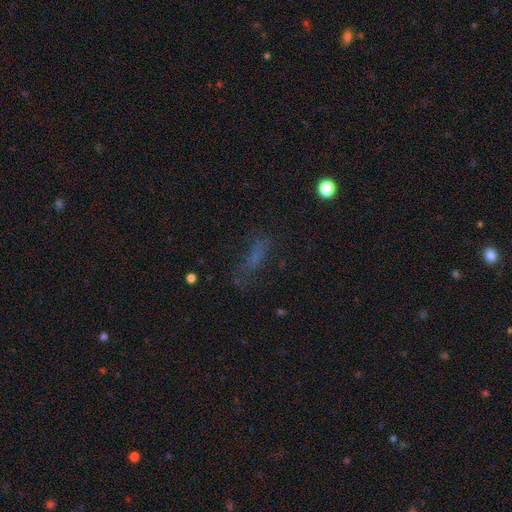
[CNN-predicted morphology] A smooth galaxy with no disk features (52%) that is in between round and cigar-shaped (50%).

Vote fractions:
- Smooth or featured? smooth: 52% / star or artifact: 25% / featured or disk: 24%
- How rounded? in between: 50% / cigar-shaped: 44% / round: 5%
- Merging? none: 54% / minor disturbance: 22% / major disturbance: 20% / merger: 3%